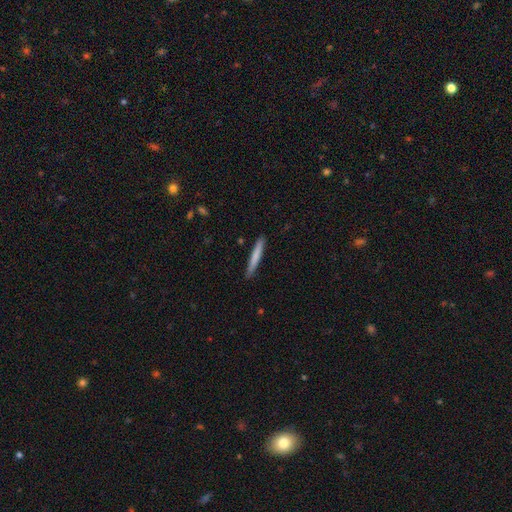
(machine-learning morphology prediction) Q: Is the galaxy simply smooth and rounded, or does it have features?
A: smooth — 74%.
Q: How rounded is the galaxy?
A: cigar-shaped — 96%.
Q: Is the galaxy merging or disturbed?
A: none — 89%.